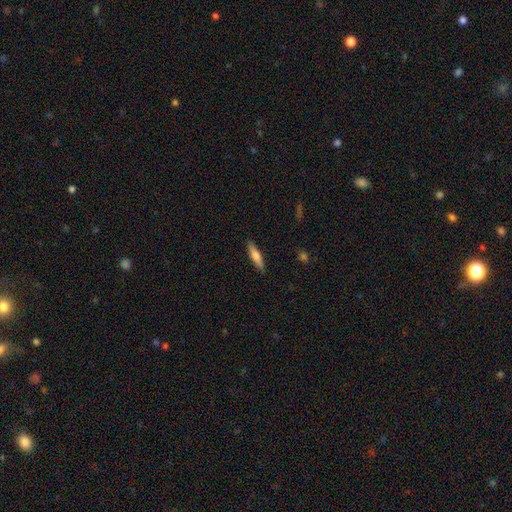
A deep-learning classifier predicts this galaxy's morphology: This is likely a smooth galaxy (69%). How rounded: clearly cigar-shaped (80%). Merging: clearly none (89%).